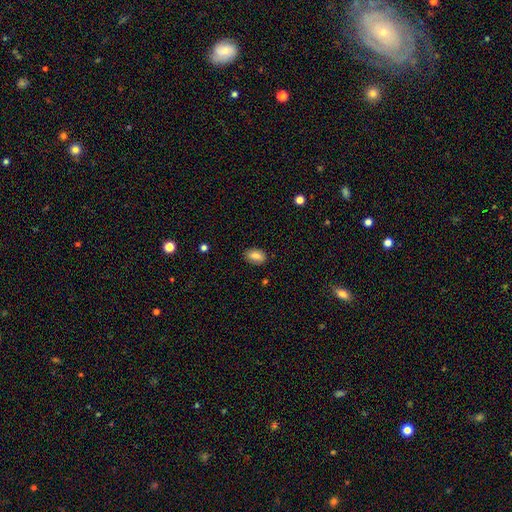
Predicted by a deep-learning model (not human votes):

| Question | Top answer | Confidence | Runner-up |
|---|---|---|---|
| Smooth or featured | smooth | 82% | featured or disk (10%) |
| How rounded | in between | 87% | round (11%) |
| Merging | none | 85% | minor disturbance (11%) |